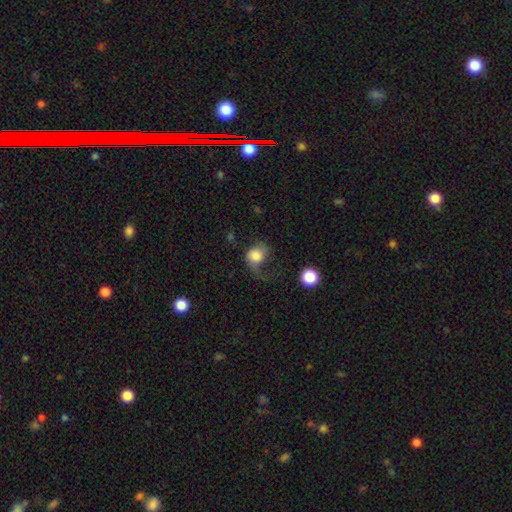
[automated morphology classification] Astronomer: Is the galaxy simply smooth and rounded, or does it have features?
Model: smooth — 68%.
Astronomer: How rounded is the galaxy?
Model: round — 68%.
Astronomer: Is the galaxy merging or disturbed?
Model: major disturbance — 47% (runner-up: none, 27%).